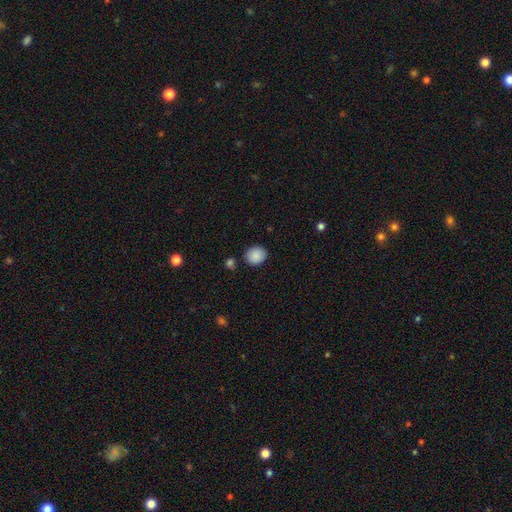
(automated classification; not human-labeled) Smooth or featured: smooth — 89% (star or artifact — 8%)
How rounded: round — 73% (in between — 27%)
Merging: none — 84% (minor disturbance — 10%)